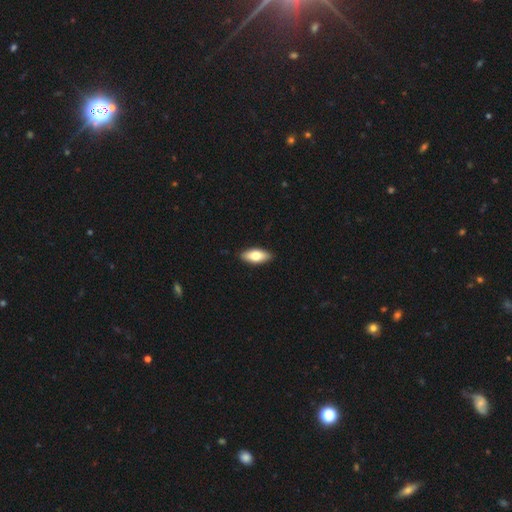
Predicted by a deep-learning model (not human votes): Smooth or featured? Predicted: smooth (p=0.74). How rounded? Predicted: in between (p=0.84). Merging? Predicted: none (p=0.90).